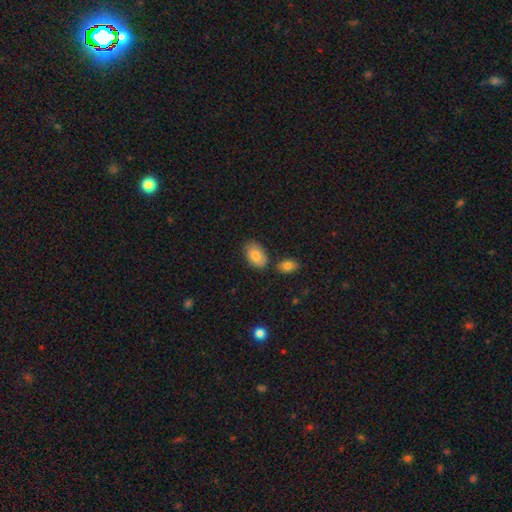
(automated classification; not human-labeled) Q: Smooth or featured?
A: smooth (84%); runner-up: featured or disk (10%)
Q: How rounded?
A: in between (93%); runner-up: round (6%)
Q: Merging?
A: none (73%); runner-up: minor disturbance (15%)